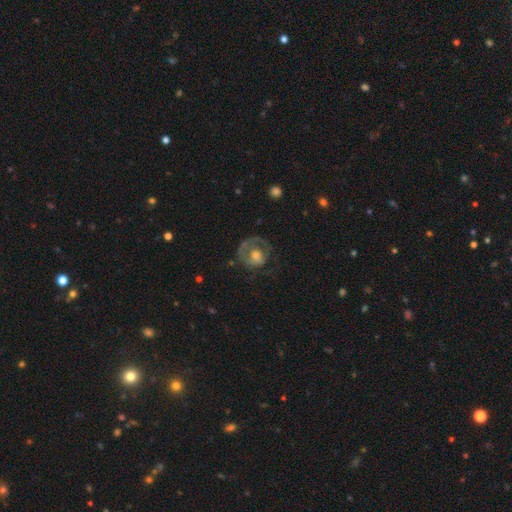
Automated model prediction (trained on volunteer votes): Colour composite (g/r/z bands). It shows a featured or disk galaxy (61%) with no bar (78%), spiral arms (56%) and a moderate central bulge (52%). Merging: none (52%).